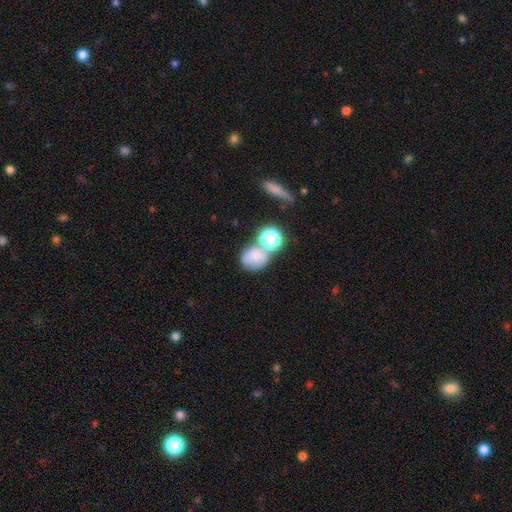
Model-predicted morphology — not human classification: The model was most divided on "merging": none: 43%, merger: 35%, minor disturbance: 14%, major disturbance: 8%. More confident: smooth or featured — smooth (70%); how rounded — round (61%).